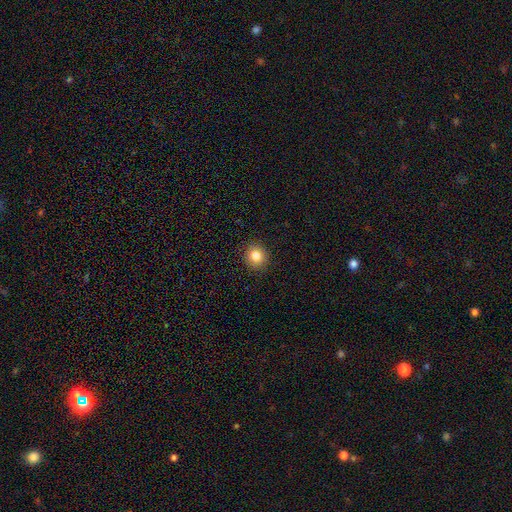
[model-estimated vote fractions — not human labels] Smooth or featured?
  - smooth: 83% *
  - star or artifact: 10%
  - featured or disk: 6%
How rounded?
  - round: 82% *
  - in between: 17%
  - cigar-shaped: 1%
Merging?
  - none: 91% *
  - minor disturbance: 6%
  - major disturbance: 2%
  - merger: 1%